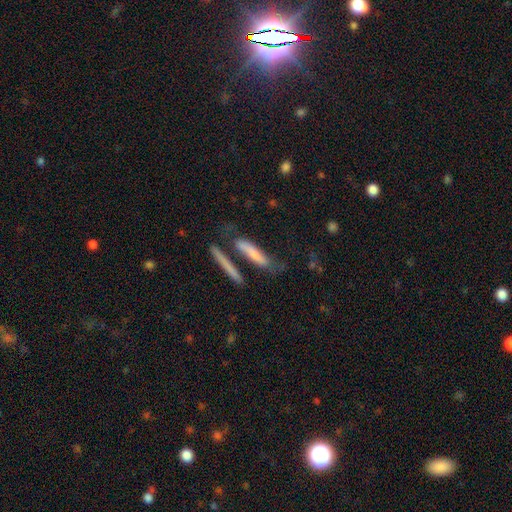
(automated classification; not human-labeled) smooth 52%, featured or disk 40%, star or artifact 8%. Down the decision tree: how rounded — cigar-shaped (85%); merging — none (55%).